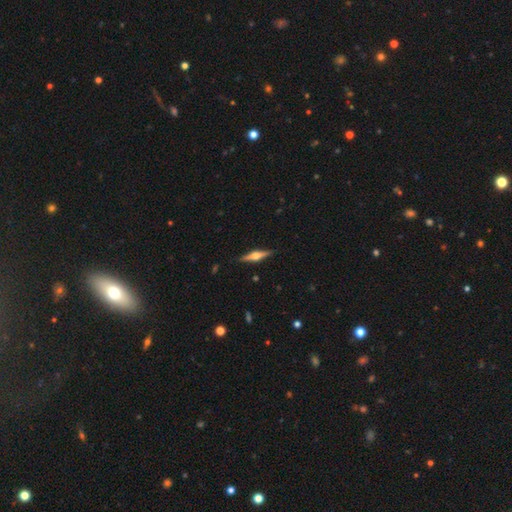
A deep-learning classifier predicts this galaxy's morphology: Smooth or featured: featured or disk — 72% (smooth — 22%)
Edge-on disk: yes — 98% (no — 2%)
Edge-on bulge: rounded — 92% (boxy — 6%)
Merging: none — 90% (minor disturbance — 8%)